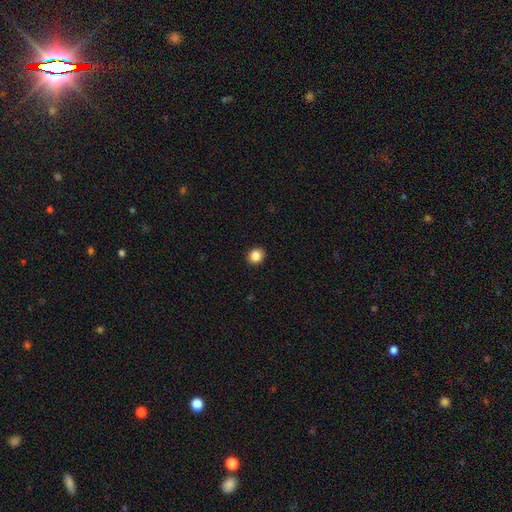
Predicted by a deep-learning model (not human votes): The model was most divided on "how rounded": round: 76%, in between: 23%, cigar-shaped: 1%. More confident: merging — none (91%); smooth or featured — smooth (85%).